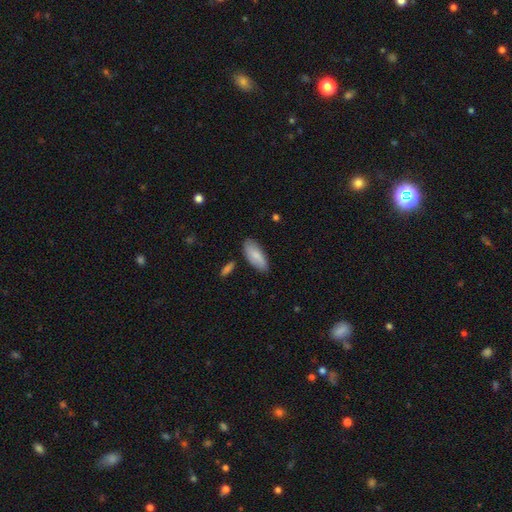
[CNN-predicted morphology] This appears to be a smooth galaxy with no disk features (82%) that is in between round and cigar-shaped (83%). Merging: none (78%).